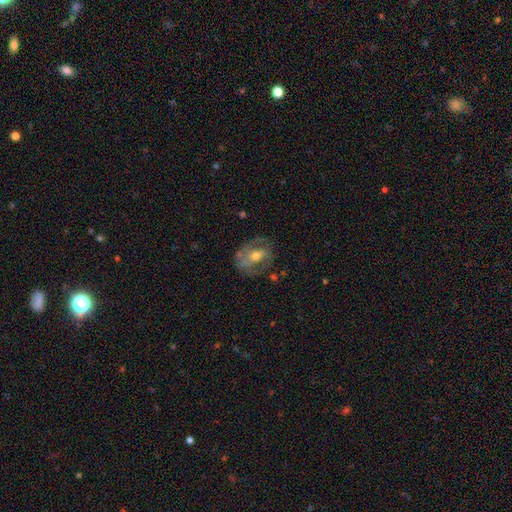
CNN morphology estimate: Smooth or featured? featured or disk (68%)
Edge-on disk? no (95%)
Bar? no (42%)
Spiral arms? yes (62%)
Bulge size? moderate (61%)
Merging? none (63%)